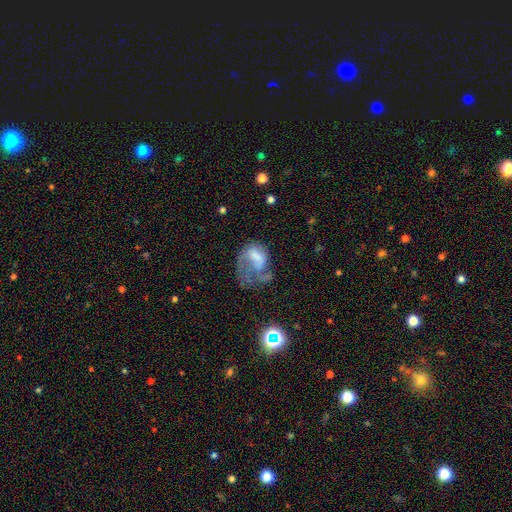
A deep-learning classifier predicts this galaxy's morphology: smooth-or-featured: featured or disk: 51% | smooth: 37% | star or artifact: 12%
  disk-edge-on: no: 97% | yes: 3%
  merging: major disturbance: 56% | none: 19% | minor disturbance: 17% | merger: 8%